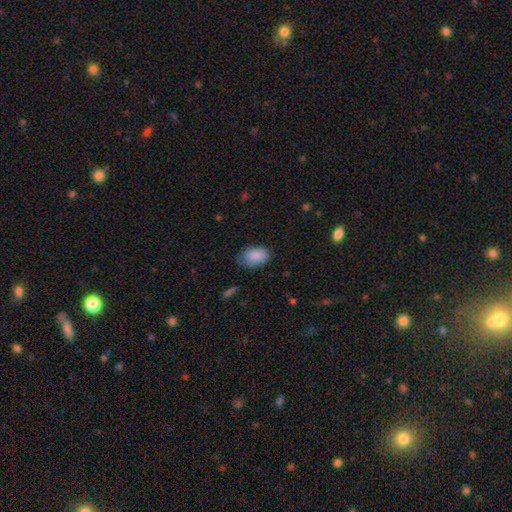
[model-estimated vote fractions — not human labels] This is clearly a smooth galaxy (86%). How rounded: clearly in between (92%). Merging: likely none (70%).